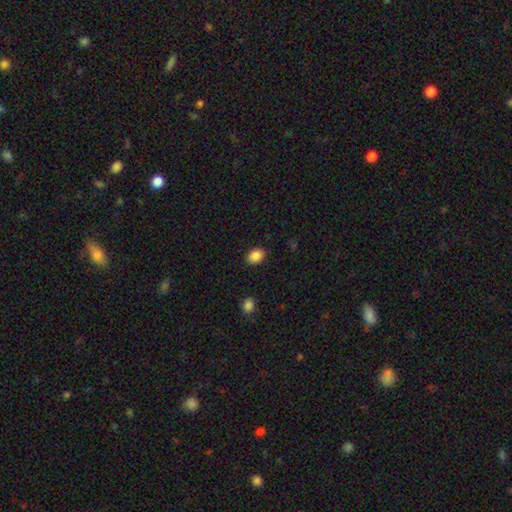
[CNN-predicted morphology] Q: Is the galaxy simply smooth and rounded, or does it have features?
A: smooth — 87%.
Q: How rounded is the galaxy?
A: in between — 69%.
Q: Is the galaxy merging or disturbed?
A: none — 86%.